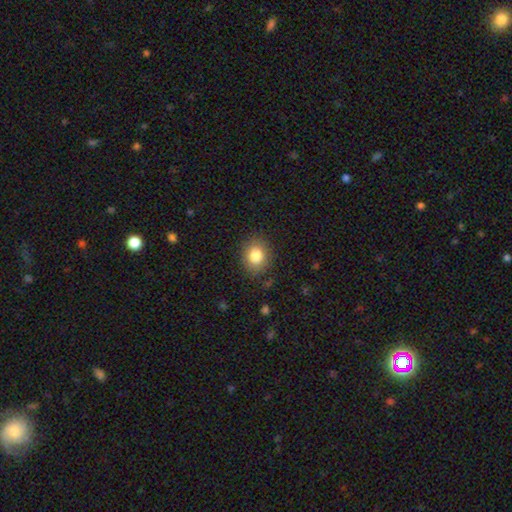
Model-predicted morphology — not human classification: Smooth or featured? Predicted: smooth (p=0.83). How rounded? Predicted: round (p=0.60). Merging? Predicted: none (p=0.86).